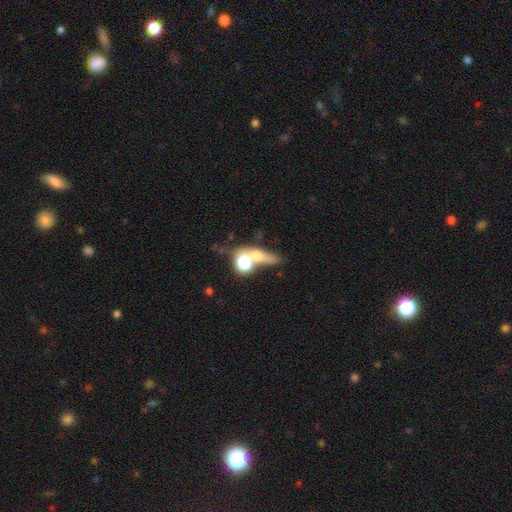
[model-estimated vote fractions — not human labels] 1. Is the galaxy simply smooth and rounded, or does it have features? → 58% smooth, 26% featured or disk, 17% star or artifact.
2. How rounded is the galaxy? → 42% round, 34% in between, 24% cigar-shaped.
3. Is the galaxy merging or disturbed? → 41% merger, 37% none, 11% minor disturbance, 11% major disturbance.